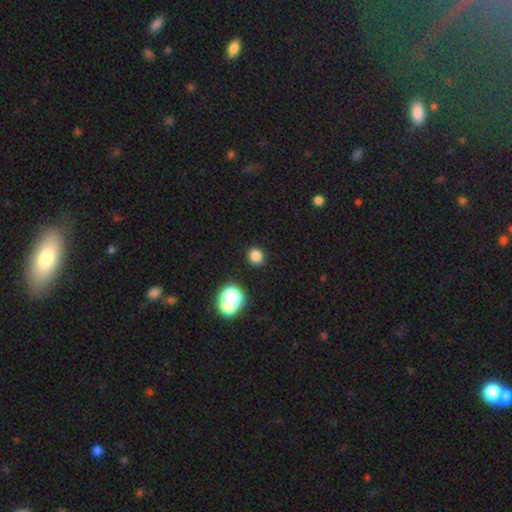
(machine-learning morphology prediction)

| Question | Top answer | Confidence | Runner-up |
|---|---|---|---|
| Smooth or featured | smooth | 79% | star or artifact (16%) |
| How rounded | round | 76% | in between (23%) |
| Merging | none | 88% | minor disturbance (7%) |